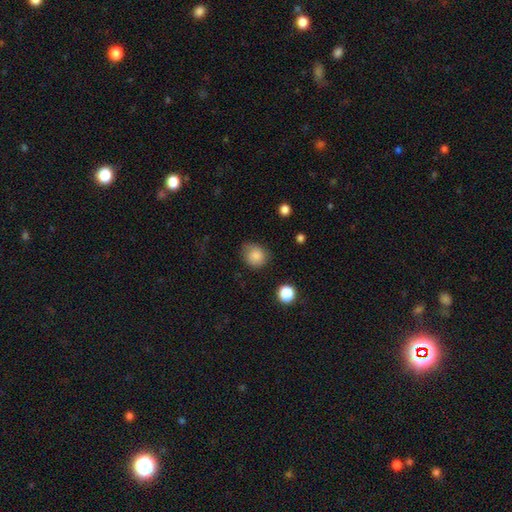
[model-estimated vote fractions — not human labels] This appears to be a smooth galaxy with no disk features (84%) that is round (74%). Merging: none (68%).